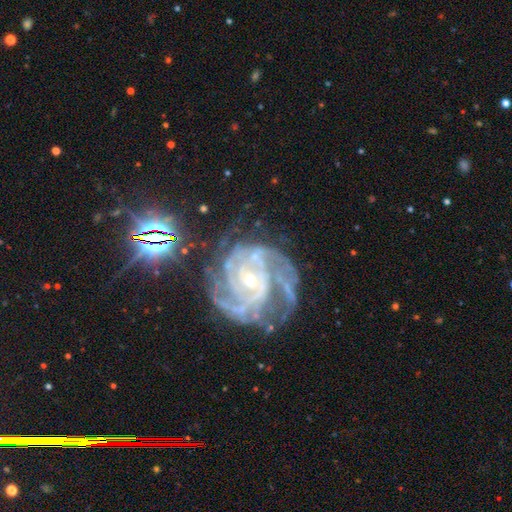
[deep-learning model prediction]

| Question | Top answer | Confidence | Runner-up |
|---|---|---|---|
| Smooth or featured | featured or disk | 88% | star or artifact (8%) |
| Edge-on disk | no | 98% | yes (2%) |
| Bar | no | 60% | weak (27%) |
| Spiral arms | yes | 98% | no (2%) |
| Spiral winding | tight | 64% | medium (31%) |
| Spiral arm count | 3 | 24% | 2 (22%) |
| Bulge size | small | 71% | moderate (25%) |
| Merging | none | 62% | minor disturbance (22%) |